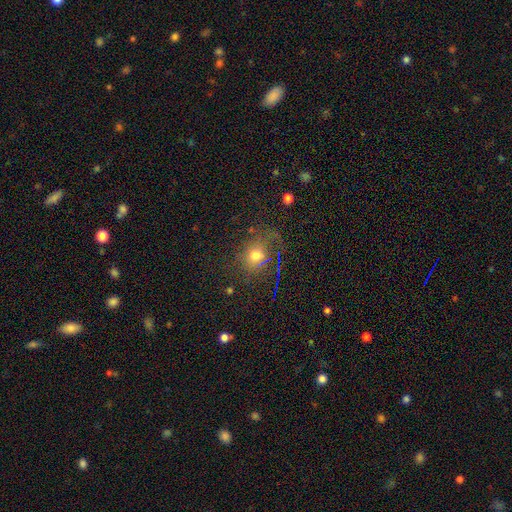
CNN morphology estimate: A smooth galaxy with no disk features (61%) that is round (66%).

Vote fractions:
- Smooth or featured? smooth: 61% / star or artifact: 21% / featured or disk: 18%
- How rounded? round: 66% / in between: 32% / cigar-shaped: 1%
- Merging? none: 64% / minor disturbance: 18% / major disturbance: 14% / merger: 3%